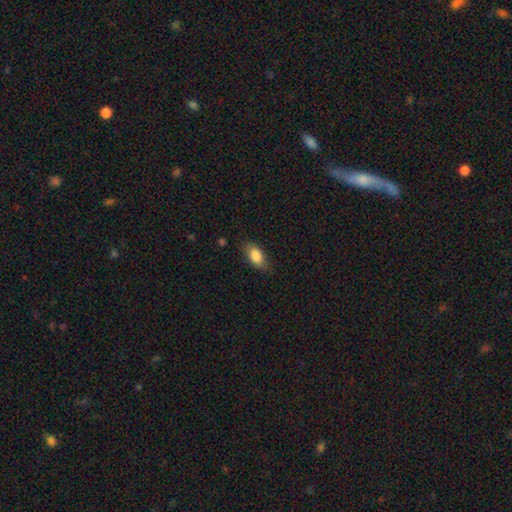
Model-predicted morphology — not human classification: type=smooth (85%); roundness=in between (89%); merging=none (77%).